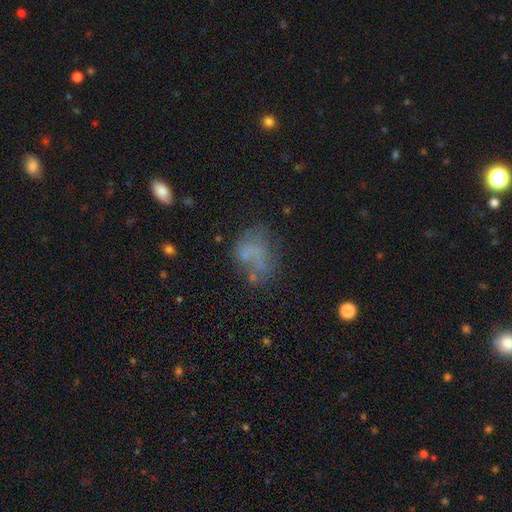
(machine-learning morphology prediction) Smooth or featured? smooth (47%)
Merging? none (45%)